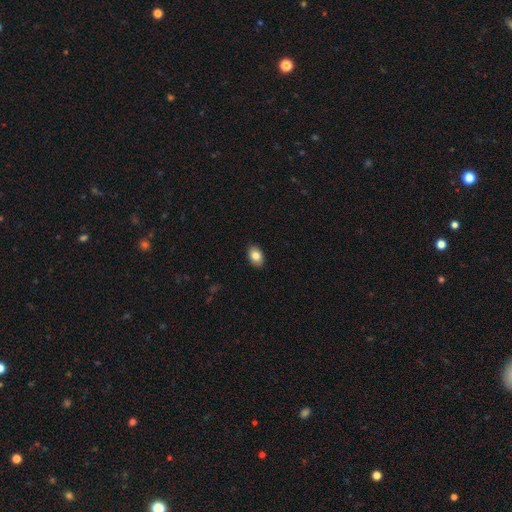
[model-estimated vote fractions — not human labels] smooth_or_featured: smooth (p=0.83) [alt: featured or disk p=0.09]
how_rounded: in between (p=0.85) [alt: round p=0.14]
merging: none (p=0.89) [alt: minor disturbance p=0.08]